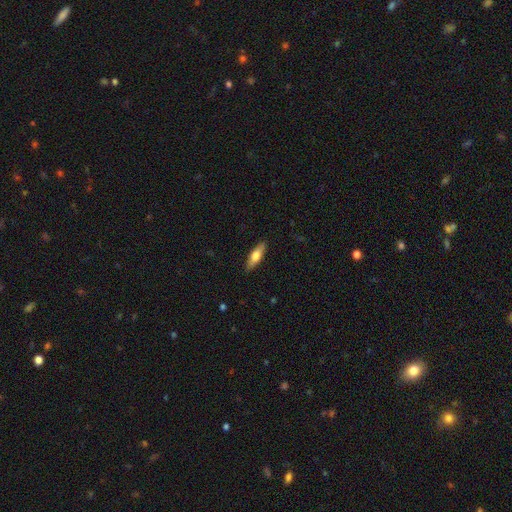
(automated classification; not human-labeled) smooth_or_featured: smooth (p=0.64) [alt: featured or disk p=0.31]
how_rounded: cigar-shaped (p=0.49) [tied with: in between p=0.49]
merging: none (p=0.88) [alt: minor disturbance p=0.09]